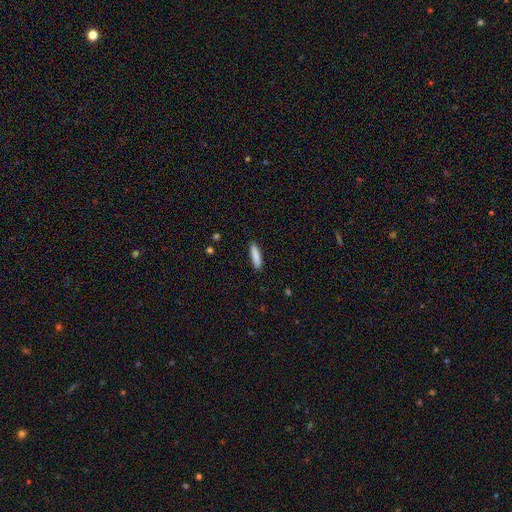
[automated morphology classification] smooth-or-featured: smooth: 87% | featured or disk: 7% | star or artifact: 6%
  how-rounded: cigar-shaped: 82% | in between: 17% | round: 1%
  merging: none: 90% | minor disturbance: 8% | major disturbance: 2% | merger: 1%